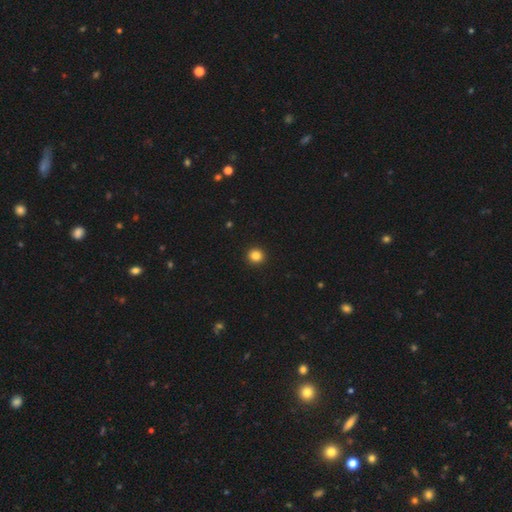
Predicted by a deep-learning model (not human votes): smooth-or-featured: smooth: 84% | star or artifact: 11% | featured or disk: 4%
  how-rounded: round: 93% | in between: 6% | cigar-shaped: 1%
  merging: none: 94% | minor disturbance: 4% | major disturbance: 1% | merger: 1%